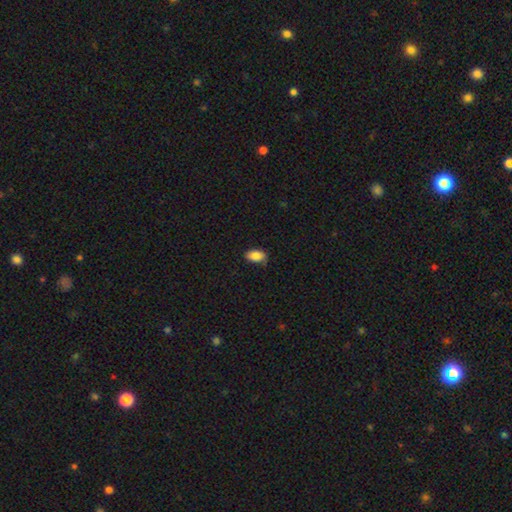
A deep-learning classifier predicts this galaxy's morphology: smooth 85%, featured or disk 8%, star or artifact 8%. Down the decision tree: how rounded — in between (92%); merging — none (77%).